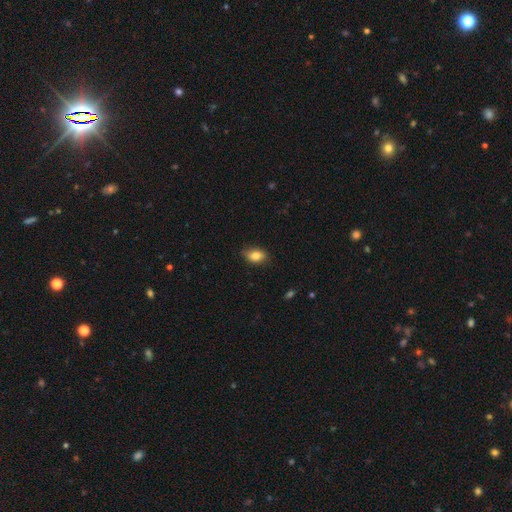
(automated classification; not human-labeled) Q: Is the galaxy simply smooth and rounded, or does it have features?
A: smooth — 83%.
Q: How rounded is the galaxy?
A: in between — 84%.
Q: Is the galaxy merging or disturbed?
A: none — 79%.